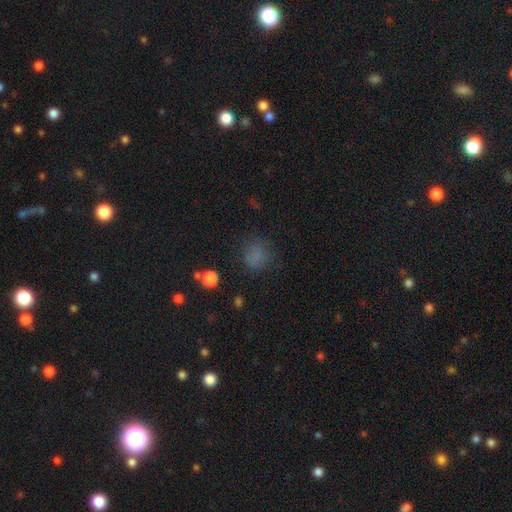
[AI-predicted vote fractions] A smooth galaxy with no disk features (73%) that is round (83%).

Vote fractions:
- Smooth or featured? smooth: 73% / star or artifact: 18% / featured or disk: 8%
- How rounded? round: 83% / in between: 16% / cigar-shaped: 1%
- Merging? none: 72% / minor disturbance: 18% / major disturbance: 8% / merger: 2%